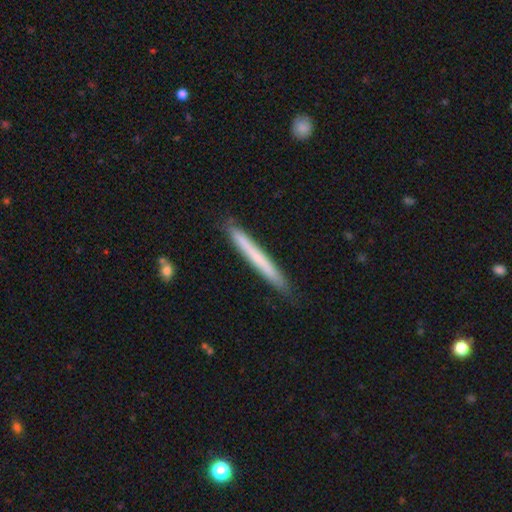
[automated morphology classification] Smooth or featured: smooth — 64% (featured or disk — 31%)
How rounded: cigar-shaped — 97% (in between — 2%)
Merging: none — 88% (minor disturbance — 9%)